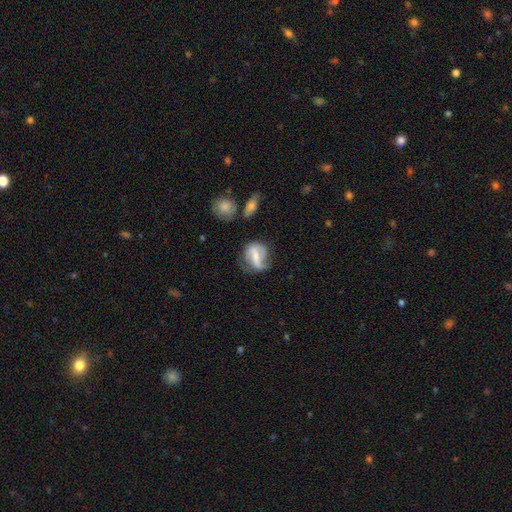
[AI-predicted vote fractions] Smooth or featured: featured or disk — 60% (smooth — 32%)
Edge-on disk: no — 95% (yes — 5%)
Bar: strong — 46% (weak — 37%)
Spiral arms: yes — 78% (no — 22%)
Bulge size: small — 41% (moderate — 34%)
Merging: none — 55% (minor disturbance — 25%)